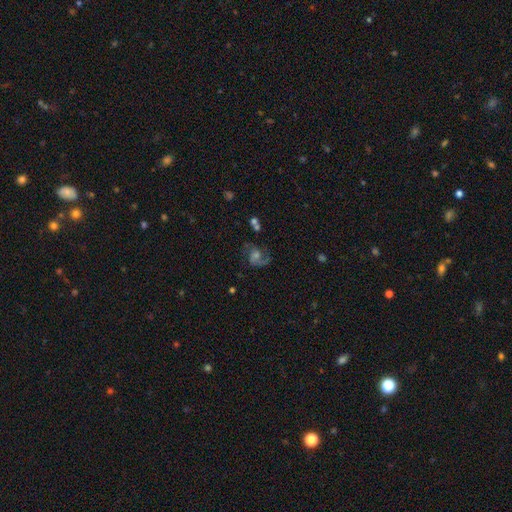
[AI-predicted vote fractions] This is likely a featured or disk galaxy (76%). It is clearly not viewed edge-on (98%). Bar: possibly no (57%). Spiral arm pattern: clearly yes (94%). Spiral arm count: clearly 2 (82%). Spiral winding: possibly medium (54%). Central bulge: possibly moderate (46%). Merging: likely none (66%).